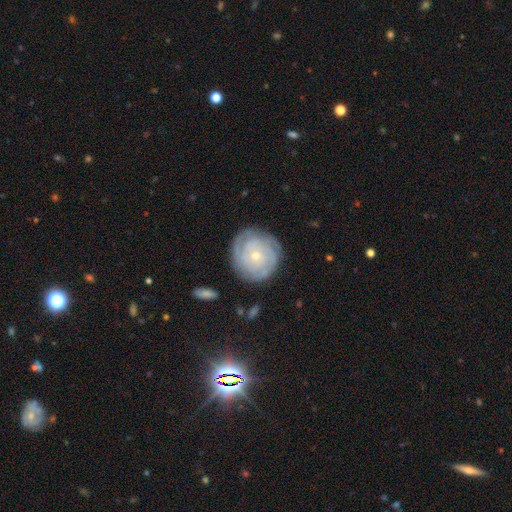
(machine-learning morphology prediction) A featured or disk galaxy (77%) with no bar (82%), tight (79%) spiral arms (92%) and a small central bulge (74%).

Vote fractions:
- Smooth or featured? featured or disk: 77% / smooth: 17% / star or artifact: 6%
- Edge-on disk? no: 98% / yes: 2%
- Bar? no: 82% / weak: 15% / strong: 3%
- Spiral arms? yes: 92% / no: 8%
- Spiral winding? tight: 79% / medium: 17% / loose: 4%
- Spiral arm count? can't tell: 37% / 3: 20% / 2: 16% / 4: 14% / more than 4: 6% / 1: 6%
- Bulge size? small: 74% / moderate: 23% / large: 1% / none: 1% / dominant: 1%
- Merging? none: 81% / minor disturbance: 13% / major disturbance: 4% / merger: 1%